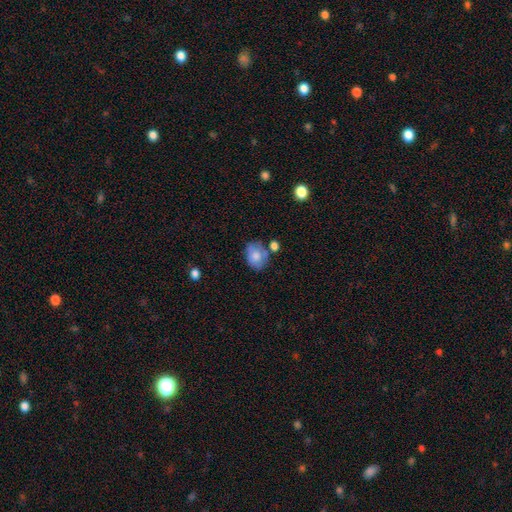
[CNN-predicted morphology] Smooth or featured?
  - smooth: 74% *
  - featured or disk: 18%
  - star or artifact: 8%
How rounded?
  - in between: 62% *
  - round: 37%
  - cigar-shaped: 1%
Merging?
  - none: 55% *
  - minor disturbance: 23%
  - merger: 14%
  - major disturbance: 8%